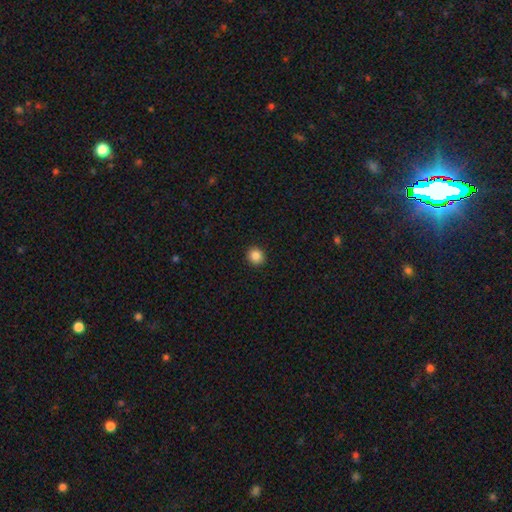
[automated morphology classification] Smooth or featured?
  - smooth: 86% *
  - star or artifact: 10%
  - featured or disk: 4%
How rounded?
  - round: 88% *
  - in between: 11%
  - cigar-shaped: 1%
Merging?
  - none: 93% *
  - minor disturbance: 5%
  - major disturbance: 2%
  - merger: 1%